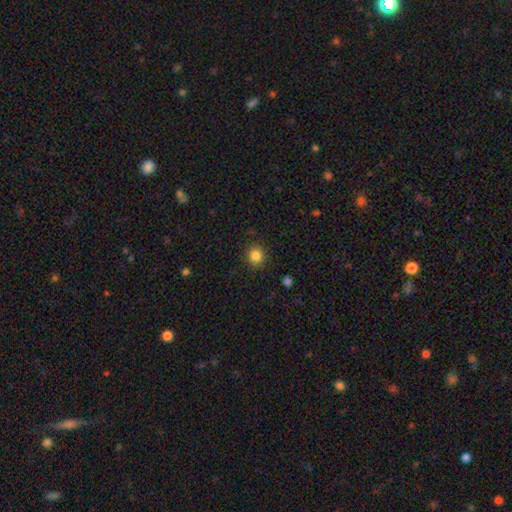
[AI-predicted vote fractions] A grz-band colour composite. It shows a smooth galaxy with no disk features (84%) that is round (87%). Merging: none (91%).